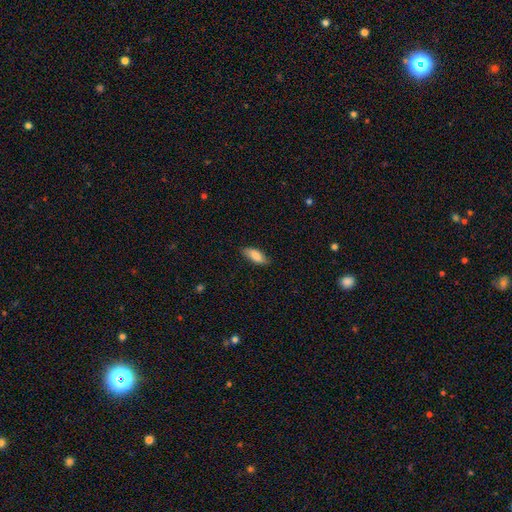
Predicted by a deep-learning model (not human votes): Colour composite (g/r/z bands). It shows a smooth galaxy with no disk features (84%) that is in between round and cigar-shaped (77%). Merging: none (83%).